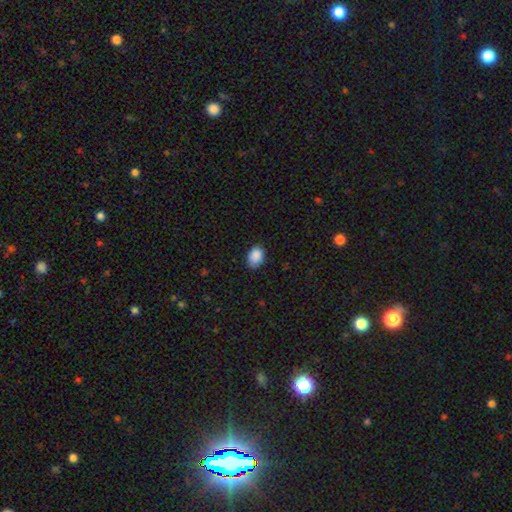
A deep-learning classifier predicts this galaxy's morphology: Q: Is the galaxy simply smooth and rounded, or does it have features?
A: smooth — 89%.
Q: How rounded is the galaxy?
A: in between — 80%.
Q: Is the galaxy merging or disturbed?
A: none — 82%.